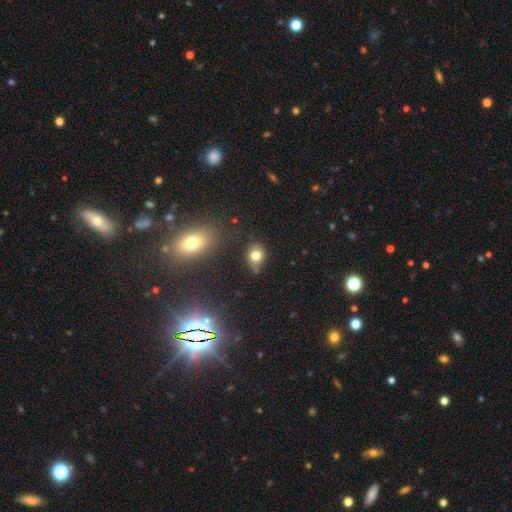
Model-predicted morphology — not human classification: Q: Smooth or featured?
A: smooth (77%); runner-up: star or artifact (13%)
Q: How rounded?
A: in between (50%); runner-up: round (49%)
Q: Merging?
A: none (68%); runner-up: minor disturbance (21%)